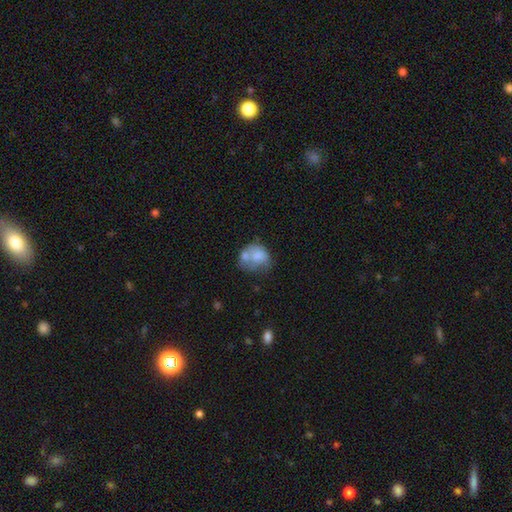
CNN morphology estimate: A smooth galaxy with no disk features (66%) that is round (58%). Merging: merger (41%).